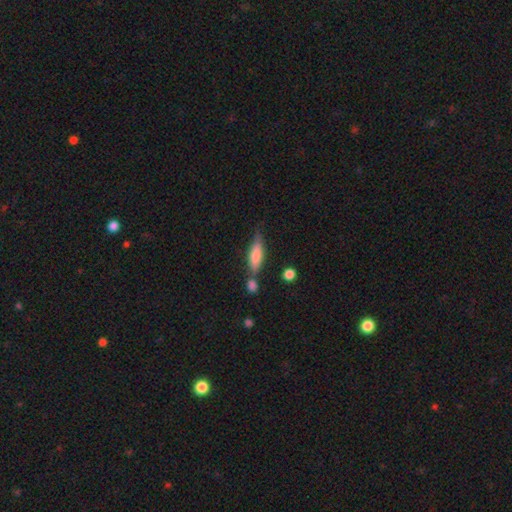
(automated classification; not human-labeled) Overall: smooth (66%; featured or disk 27%). How rounded: cigar-shaped (57%; in between 40%). Merging: none (57%; minor disturbance 19%).